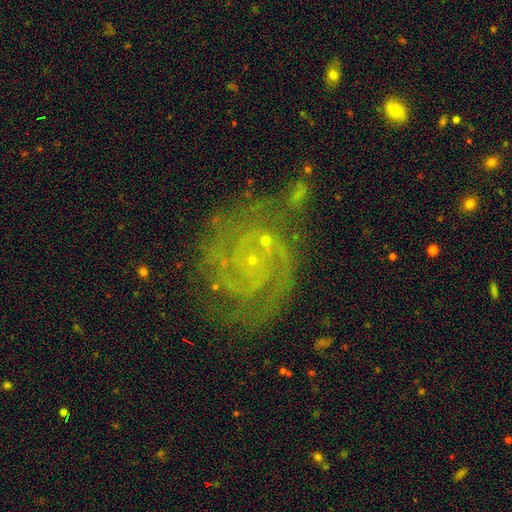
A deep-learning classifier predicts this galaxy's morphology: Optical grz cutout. It shows a featured or disk galaxy (78%) with no bar (70%), 2 (32%) tight (62%) spiral arms (95%) and a small central bulge (78%). Merging: none (66%).